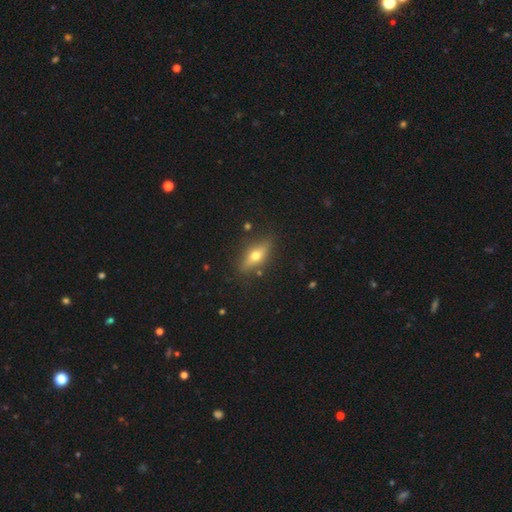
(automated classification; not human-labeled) A featured or disk galaxy (48%).

Vote fractions:
- Smooth or featured? featured or disk: 48% / smooth: 43% / star or artifact: 8%
- Merging? none: 85% / minor disturbance: 10% / major disturbance: 3% / merger: 2%